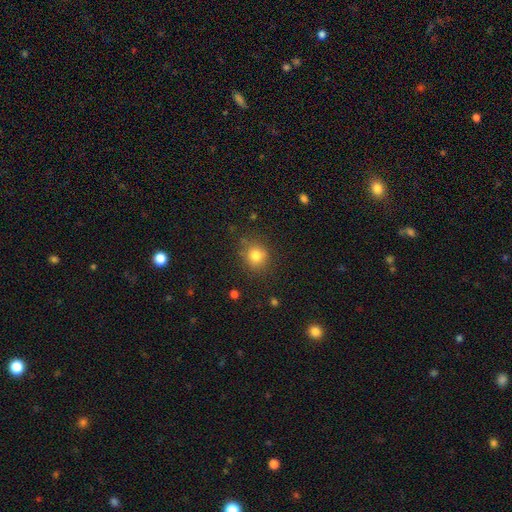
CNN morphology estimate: The model was most divided on "smooth or featured": smooth: 81%, star or artifact: 12%, featured or disk: 7%. More confident: how rounded — round (84%); merging — none (81%).